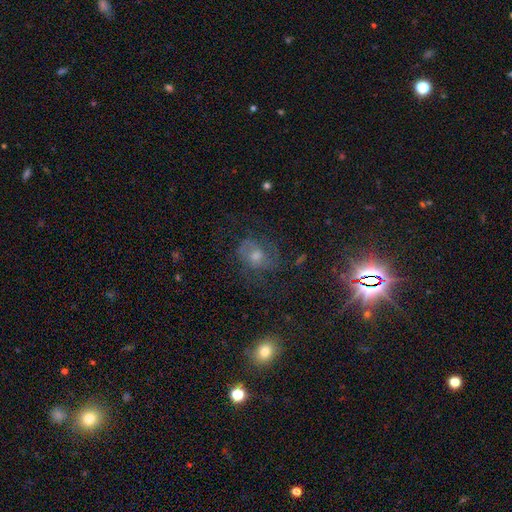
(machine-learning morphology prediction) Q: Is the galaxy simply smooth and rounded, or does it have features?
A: featured or disk — 50%.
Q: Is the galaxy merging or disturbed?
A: none — 64%.